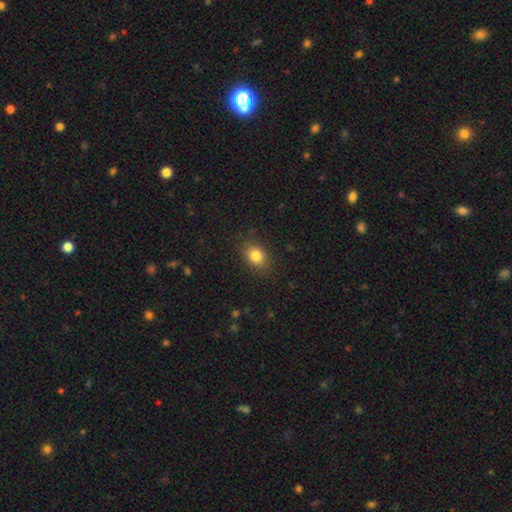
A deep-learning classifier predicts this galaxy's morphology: Q: Smooth or featured?
A: smooth (83%); runner-up: star or artifact (10%)
Q: How rounded?
A: in between (57%); runner-up: round (42%)
Q: Merging?
A: none (85%); runner-up: minor disturbance (11%)